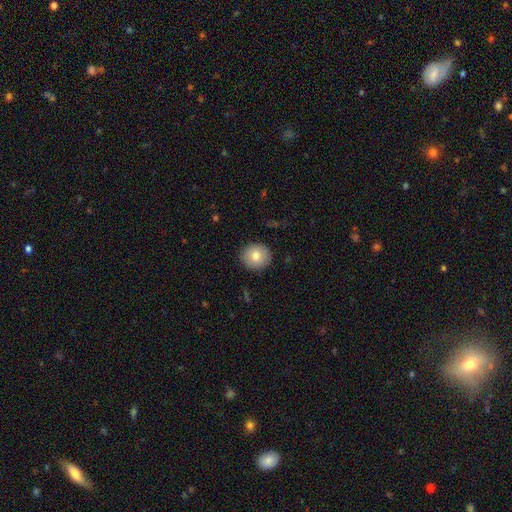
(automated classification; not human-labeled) This appears to be a smooth galaxy with no disk features (79%) that is round (88%). Merging: none (91%).